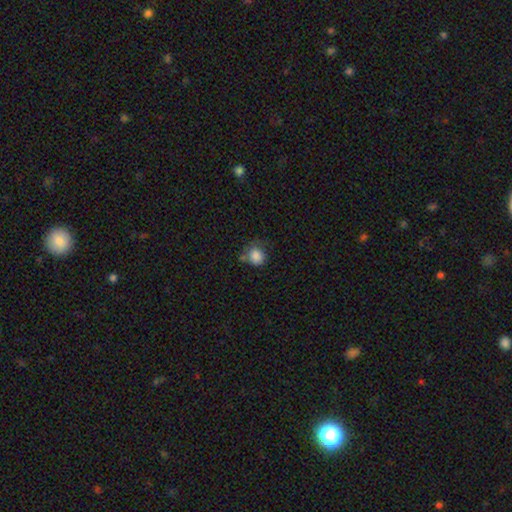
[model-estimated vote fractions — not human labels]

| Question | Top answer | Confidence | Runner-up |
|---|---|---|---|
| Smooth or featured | smooth | 85% | star or artifact (9%) |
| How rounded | round | 77% | in between (22%) |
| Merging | none | 49% | minor disturbance (30%) |